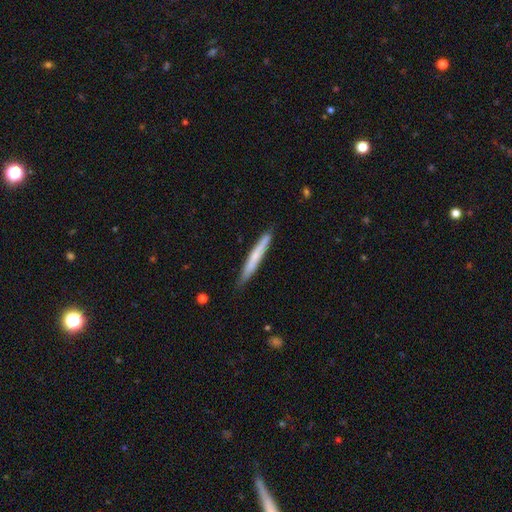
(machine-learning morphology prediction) The model was most divided on "smooth or featured": smooth: 56%, featured or disk: 38%, star or artifact: 6%. More confident: how rounded — cigar-shaped (96%); merging — none (85%).